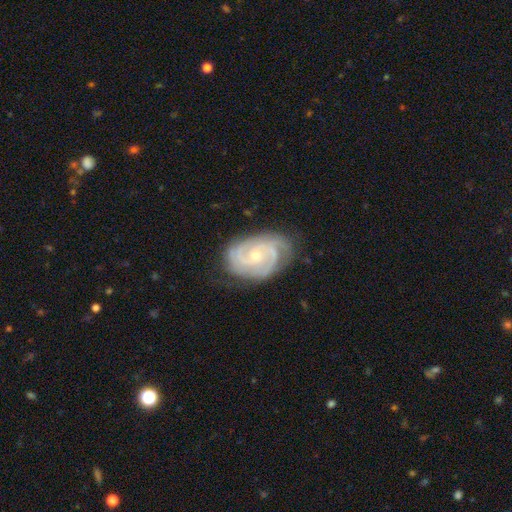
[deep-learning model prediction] Morphology: type=featured or disk (90%); edge-on=no (97%); bar=no (67%); spiral arms=yes (98%); winding=tight (66%); arm count=3 (38%); bulge=small (60%); merging=none (76%).